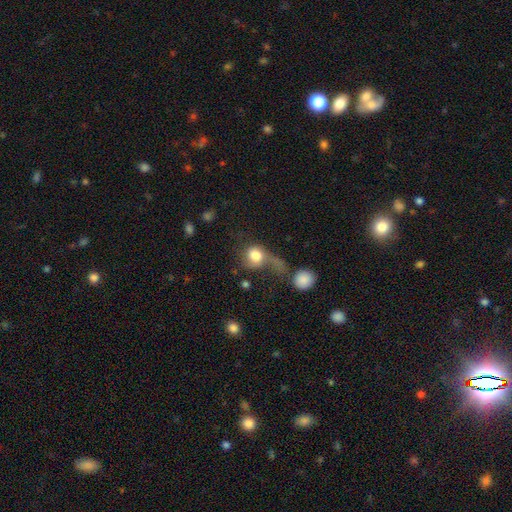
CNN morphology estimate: Smooth or featured?
  - smooth: 70% *
  - featured or disk: 21%
  - star or artifact: 9%
How rounded?
  - round: 75% *
  - in between: 24%
  - cigar-shaped: 2%
Merging?
  - major disturbance: 39% *
  - merger: 24%
  - none: 22%
  - minor disturbance: 15%